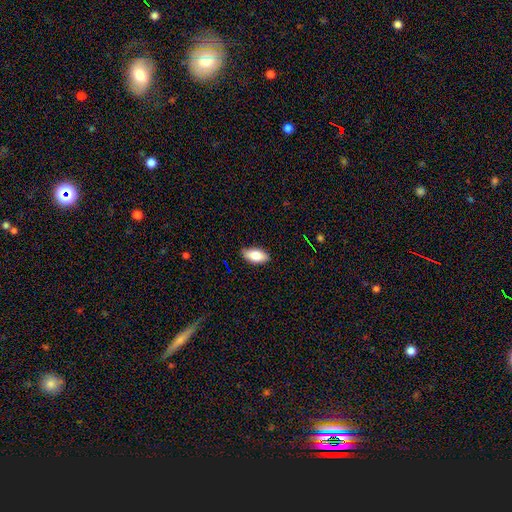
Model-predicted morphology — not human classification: The model was most divided on "smooth or featured": smooth: 81%, featured or disk: 12%, star or artifact: 7%. More confident: how rounded — in between (91%); merging — none (85%).